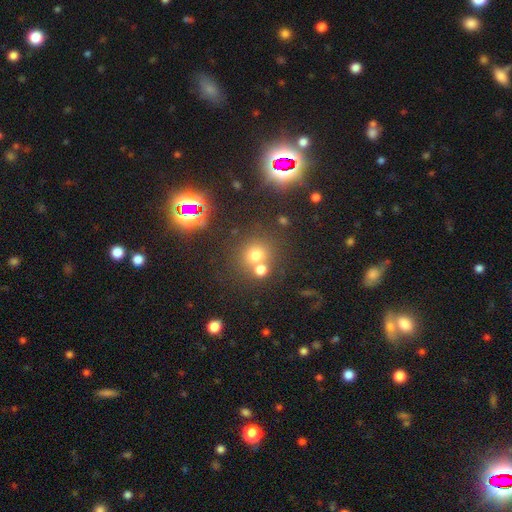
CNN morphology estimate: smooth-or-featured: smooth: 69% | star or artifact: 21% | featured or disk: 10%
  how-rounded: round: 86% | in between: 13% | cigar-shaped: 1%
  merging: none: 59% | merger: 28% | minor disturbance: 9% | major disturbance: 4%